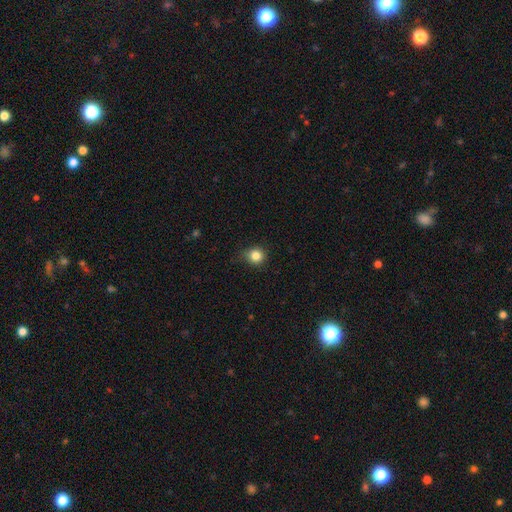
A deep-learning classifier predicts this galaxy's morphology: type=smooth (83%); roundness=round (89%); merging=none (77%).